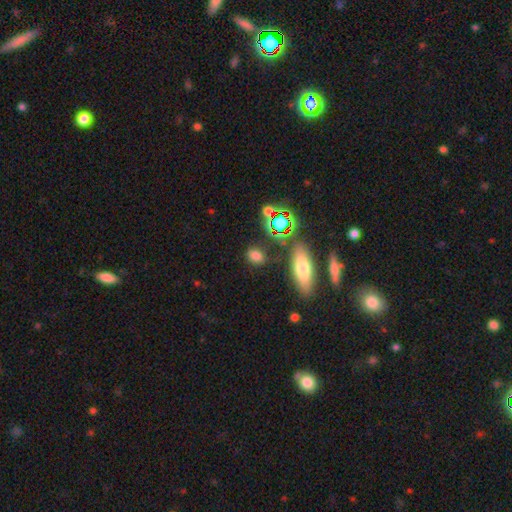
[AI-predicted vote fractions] Overall: smooth (71%). How rounded: in between (61%; round 35%). Merging: none (80%).